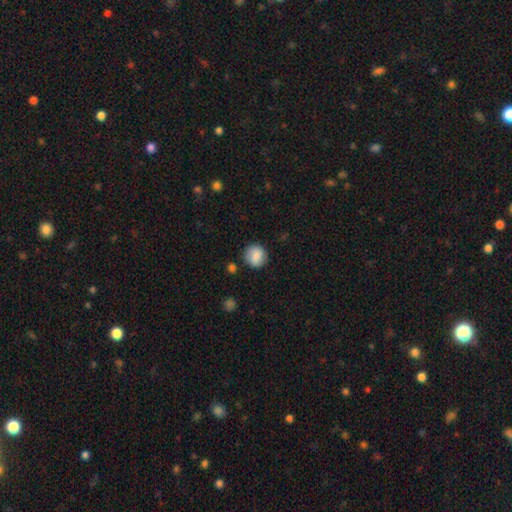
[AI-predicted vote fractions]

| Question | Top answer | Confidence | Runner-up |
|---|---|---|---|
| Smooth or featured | smooth | 84% | featured or disk (9%) |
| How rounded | round | 89% | in between (10%) |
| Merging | none | 82% | minor disturbance (12%) |